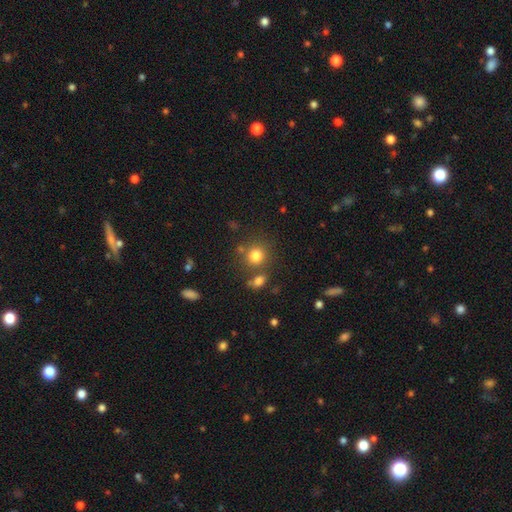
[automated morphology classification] Q: Smooth or featured?
A: smooth (79%); runner-up: star or artifact (13%)
Q: How rounded?
A: round (87%); runner-up: in between (12%)
Q: Merging?
A: none (72%); runner-up: merger (14%)